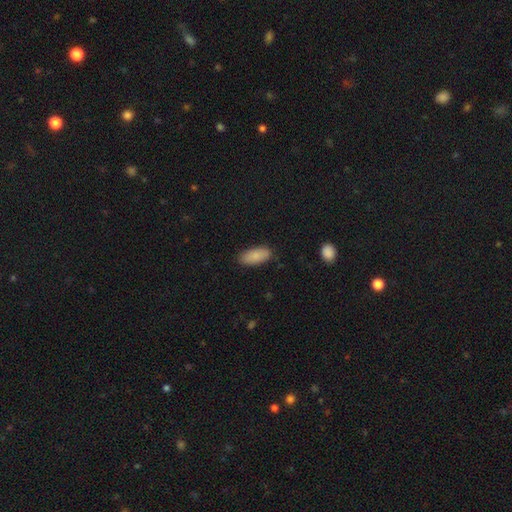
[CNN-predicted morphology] A smooth galaxy with no disk features (87%) that is in between round and cigar-shaped (87%).

Vote fractions:
- Smooth or featured? smooth: 87% / featured or disk: 7% / star or artifact: 6%
- How rounded? in between: 87% / cigar-shaped: 11% / round: 2%
- Merging? none: 85% / minor disturbance: 12% / major disturbance: 2% / merger: 1%